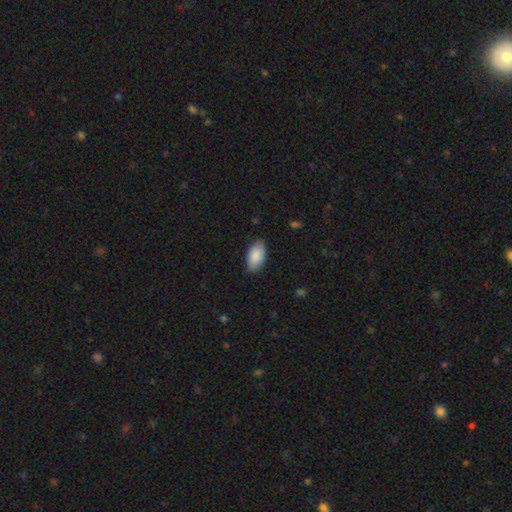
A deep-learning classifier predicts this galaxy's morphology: Overall: smooth (89%). How rounded: in between (95%). Merging: none (83%).